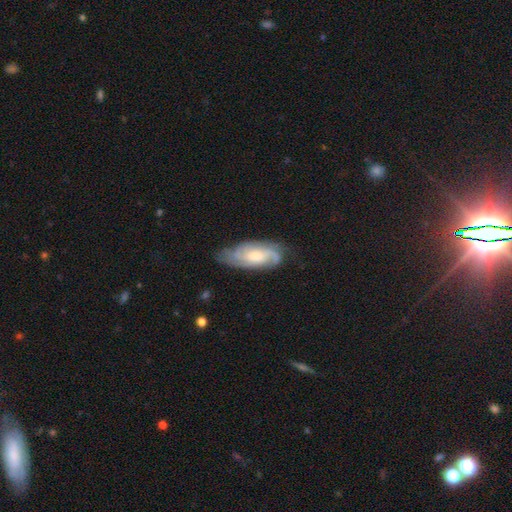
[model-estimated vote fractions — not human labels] Smooth or featured?
  - featured or disk: 79% *
  - smooth: 16%
  - star or artifact: 5%
Edge-on disk?
  - no: 92% *
  - yes: 8%
Bar?
  - no: 58% *
  - weak: 35%
  - strong: 7%
Spiral arms?
  - yes: 96% *
  - no: 4%
Spiral winding?
  - tight: 51% *
  - medium: 38%
  - loose: 10%
Spiral arm count?
  - 2: 30% *
  - 3: 29%
  - can't tell: 25%
  - 4: 8%
  - 1: 4%
  - more than 4: 4%
Bulge size?
  - moderate: 53% *
  - small: 33%
  - large: 8%
  - none: 5%
  - dominant: 1%
Merging?
  - none: 69% *
  - minor disturbance: 22%
  - major disturbance: 7%
  - merger: 1%